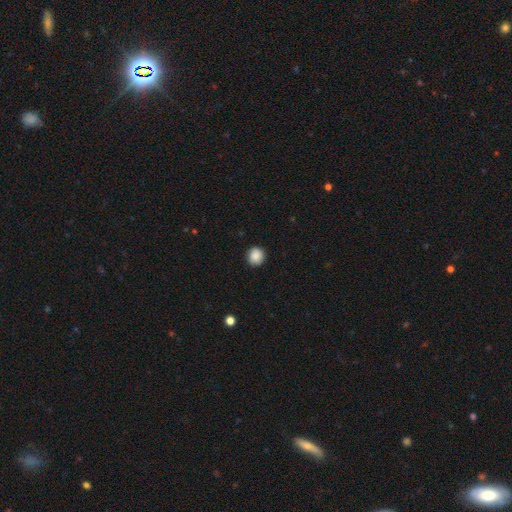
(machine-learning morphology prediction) smooth_or_featured: smooth (p=0.88) [alt: star or artifact p=0.09]
how_rounded: round (p=0.90) [alt: in between p=0.09]
merging: none (p=0.90) [alt: minor disturbance p=0.08]